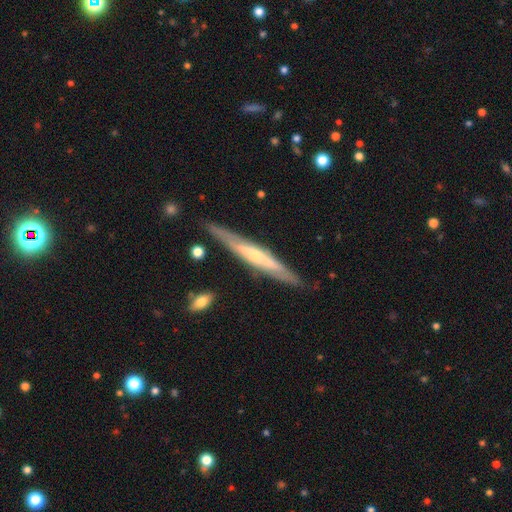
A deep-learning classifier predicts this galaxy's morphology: Smooth or featured? featured or disk (68%)
Edge-on disk? yes (89%)
Edge-on bulge? rounded (54%)
Merging? none (83%)